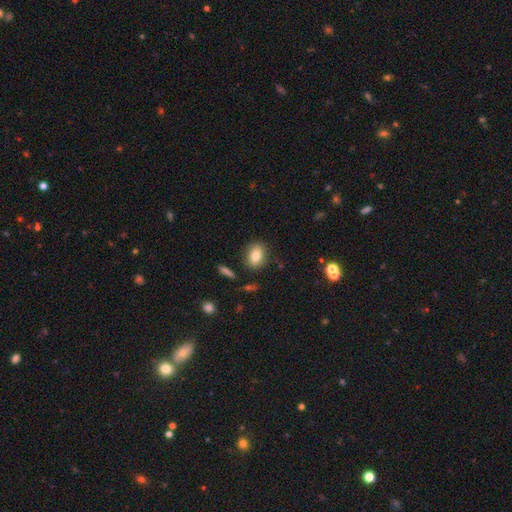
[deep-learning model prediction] Overall: smooth (78%). How rounded: in between (64%; round 34%). Merging: none (84%).